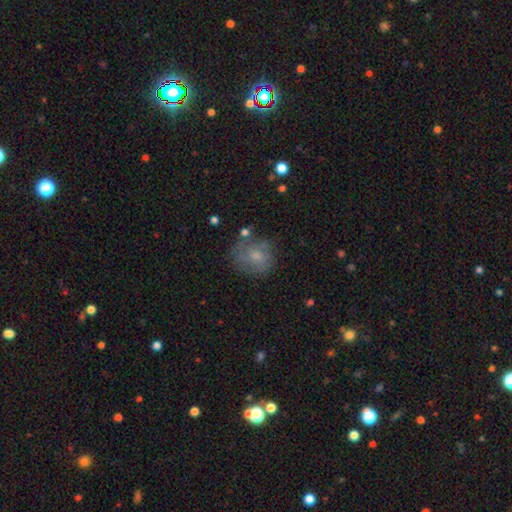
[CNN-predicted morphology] Smooth or featured?
  - smooth: 53% *
  - featured or disk: 36%
  - star or artifact: 11%
How rounded?
  - round: 71% *
  - in between: 28%
  - cigar-shaped: 1%
Merging?
  - none: 61% *
  - minor disturbance: 22%
  - major disturbance: 13%
  - merger: 4%